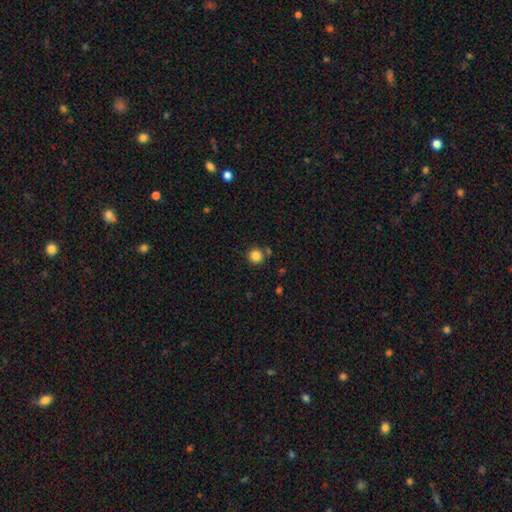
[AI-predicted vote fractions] Overall: smooth (84%). How rounded: round (94%). Merging: none (83%).